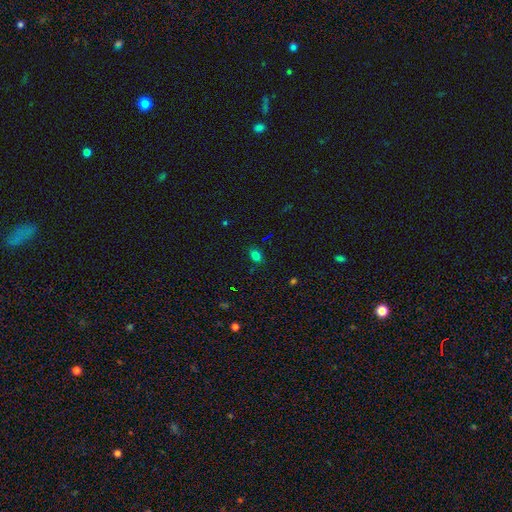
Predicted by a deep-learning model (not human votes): Smooth or featured? smooth (75%)
How rounded? in between (68%)
Merging? none (83%)